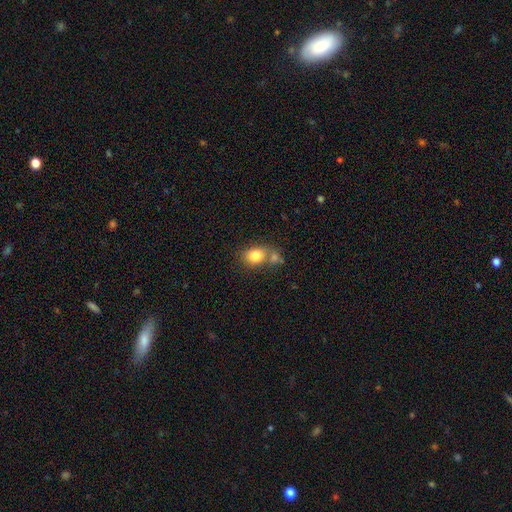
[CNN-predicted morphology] Smooth or featured?
  - smooth: 80% *
  - featured or disk: 10%
  - star or artifact: 10%
How rounded?
  - in between: 52% *
  - round: 47%
  - cigar-shaped: 1%
Merging?
  - none: 50% *
  - merger: 33%
  - minor disturbance: 13%
  - major disturbance: 4%